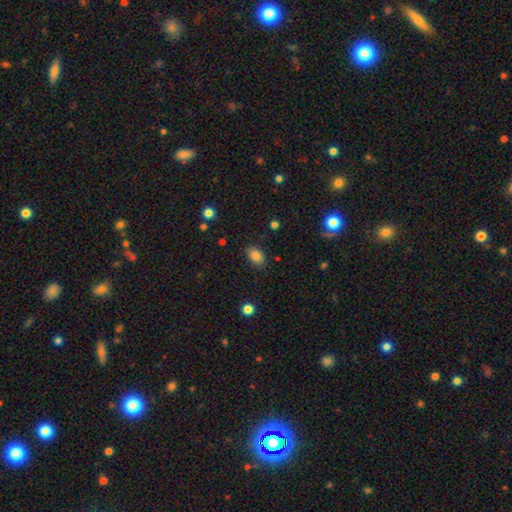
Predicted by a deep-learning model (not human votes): Q: Smooth or featured?
A: smooth (85%); runner-up: star or artifact (10%)
Q: How rounded?
A: in between (82%); runner-up: round (17%)
Q: Merging?
A: none (84%); runner-up: minor disturbance (12%)